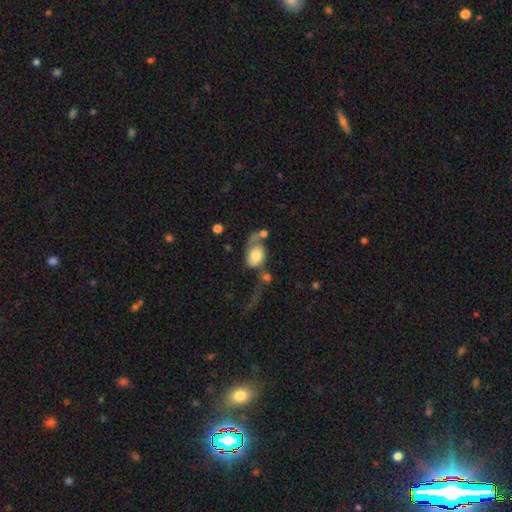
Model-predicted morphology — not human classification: type=smooth (68%); roundness=in between (76%); merging=major disturbance (32%).